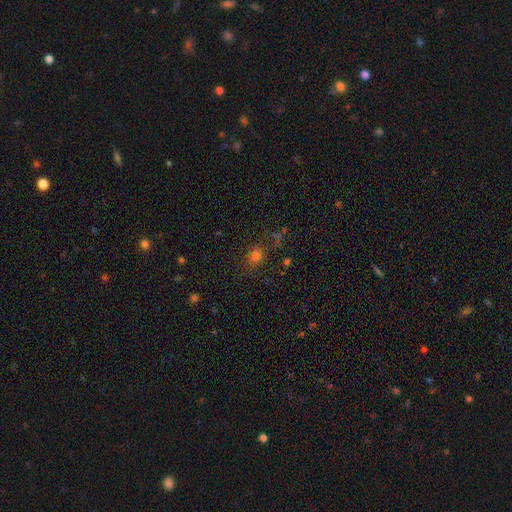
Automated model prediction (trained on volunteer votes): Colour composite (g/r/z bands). It shows a smooth galaxy with no disk features (67%) that is round (52%). Merging: none (73%).